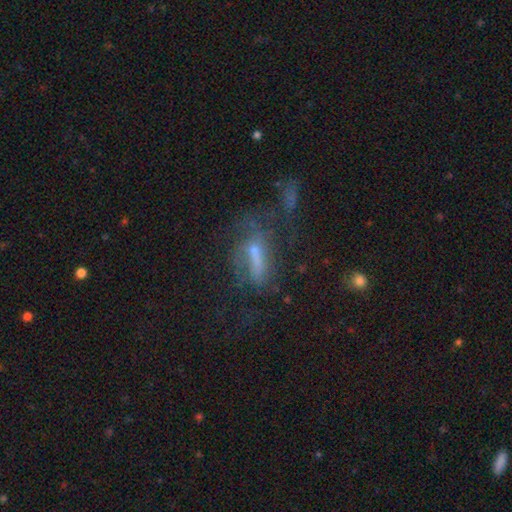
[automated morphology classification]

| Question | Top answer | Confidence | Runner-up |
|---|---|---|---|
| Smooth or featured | featured or disk | 43% | smooth (38%) |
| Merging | none | 36% | tied: major disturbance (36%) |